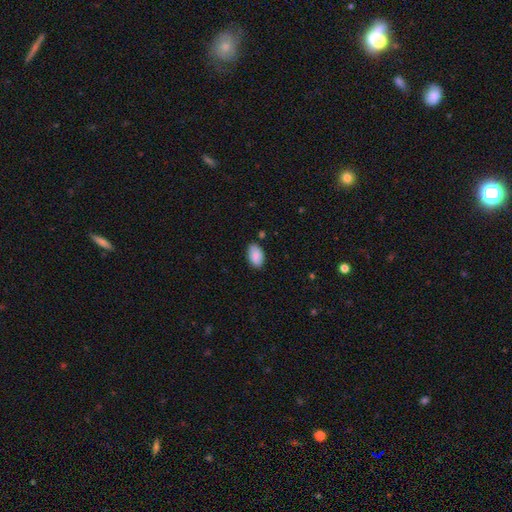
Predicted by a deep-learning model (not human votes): smooth 88%, star or artifact 6%, featured or disk 6%. Down the decision tree: how rounded — in between (93%); merging — none (84%).